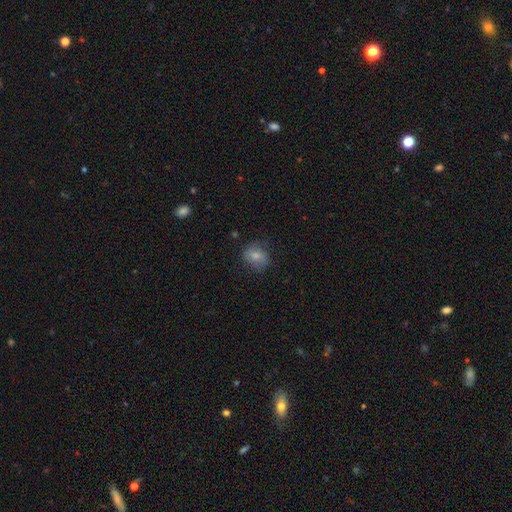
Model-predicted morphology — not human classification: A smooth galaxy with no disk features (74%) that is round (51%). Merging: none (67%).